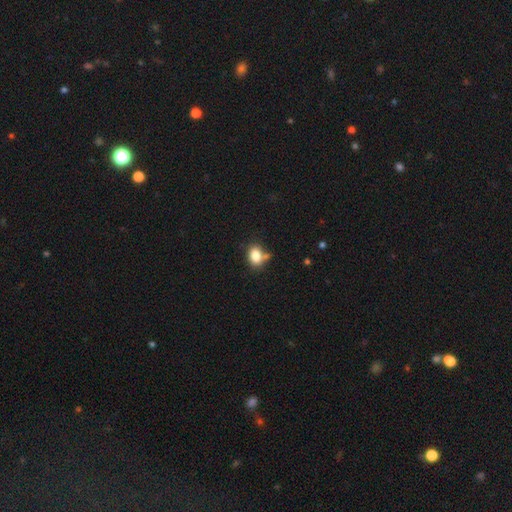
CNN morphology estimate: Smooth or featured?
  - smooth: 83% *
  - star or artifact: 10%
  - featured or disk: 8%
How rounded?
  - in between: 70% *
  - round: 29%
  - cigar-shaped: 1%
Merging?
  - none: 61% *
  - minor disturbance: 18%
  - merger: 15%
  - major disturbance: 5%